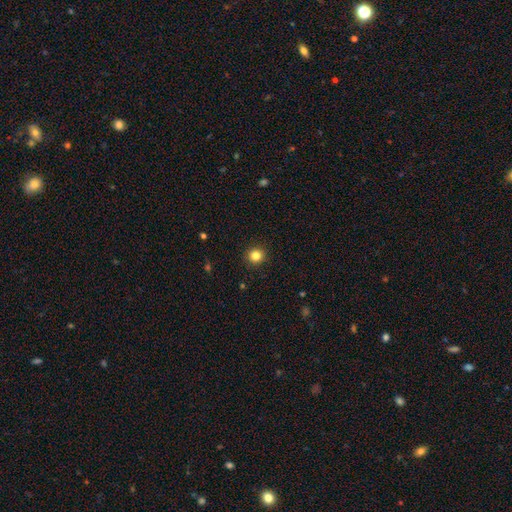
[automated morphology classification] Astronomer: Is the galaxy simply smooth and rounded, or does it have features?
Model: smooth — 83%.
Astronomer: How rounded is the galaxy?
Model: round — 93%.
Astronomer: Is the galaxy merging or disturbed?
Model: none — 92%.